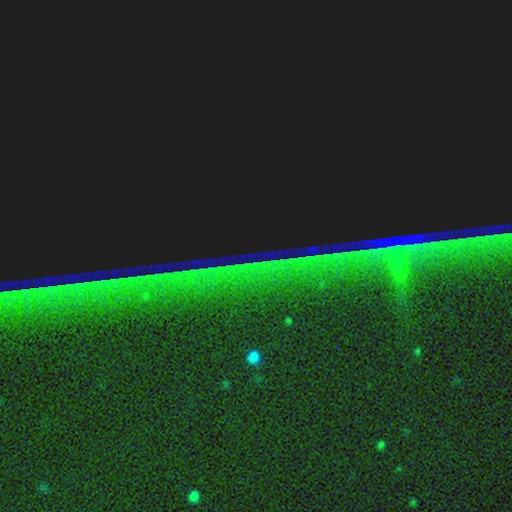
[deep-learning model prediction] Smooth or featured: star or artifact — 87% (featured or disk — 7%)